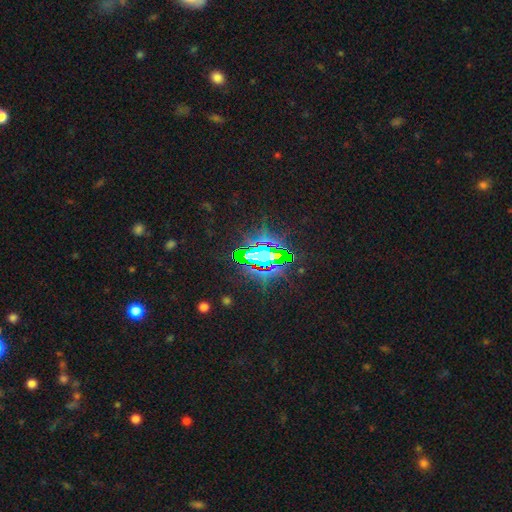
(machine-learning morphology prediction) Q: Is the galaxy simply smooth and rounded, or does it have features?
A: star or artifact — 74%.